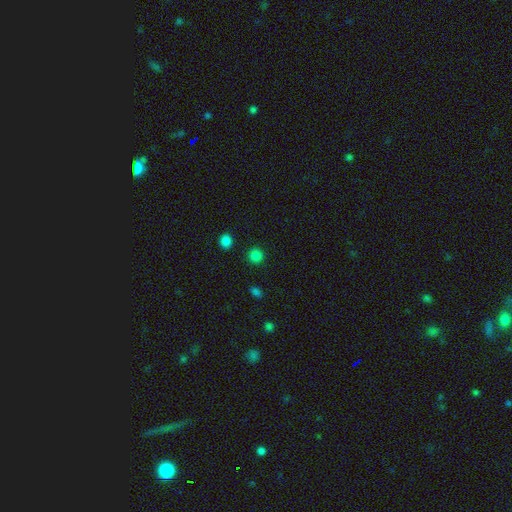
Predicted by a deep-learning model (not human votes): This is clearly a smooth galaxy (83%). How rounded: clearly round (93%). Merging: clearly none (91%).